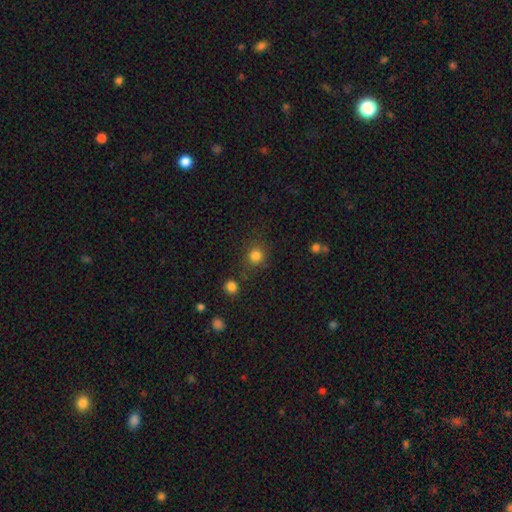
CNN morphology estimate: Smooth or featured?
  - smooth: 81% *
  - star or artifact: 14%
  - featured or disk: 5%
How rounded?
  - round: 88% *
  - in between: 11%
  - cigar-shaped: 1%
Merging?
  - none: 78% *
  - minor disturbance: 11%
  - merger: 7%
  - major disturbance: 5%